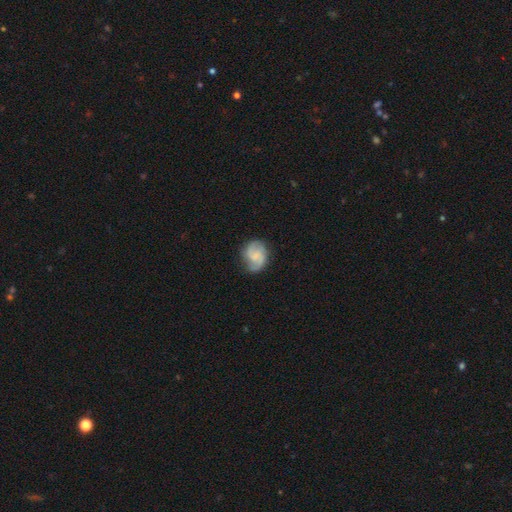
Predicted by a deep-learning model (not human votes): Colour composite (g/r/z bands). It shows a featured or disk galaxy (67%) with no bar (46%), 2 (81%) medium (49%) spiral arms (94%) and no central bulge (43%). Merging: none (73%).